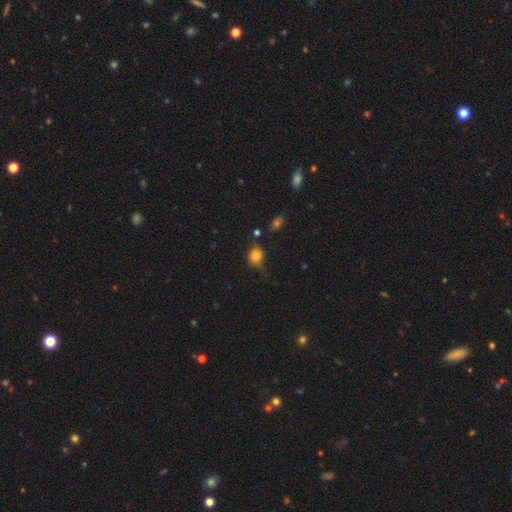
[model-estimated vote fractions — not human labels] This appears to be a smooth galaxy with no disk features (80%) that is round (72%). Merging: none (54%).